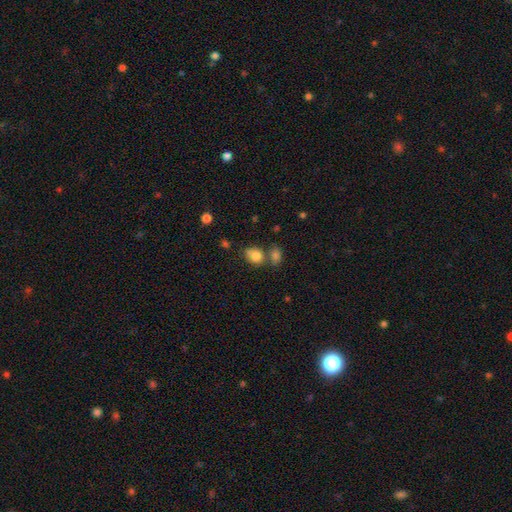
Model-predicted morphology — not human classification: The model was most divided on "how rounded": in between: 53%, round: 46%, cigar-shaped: 1%. Remaining: smooth or featured — smooth (81%); merging — none (46%).